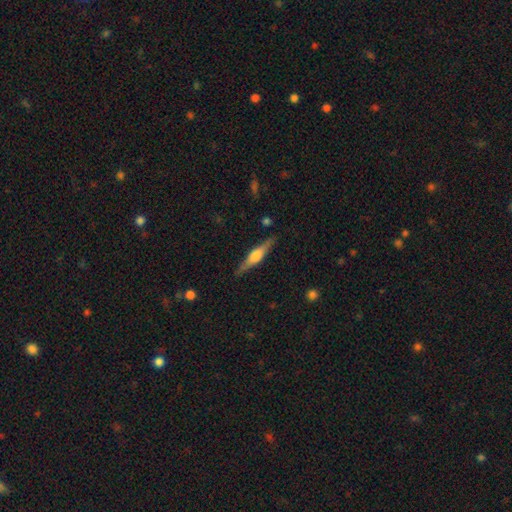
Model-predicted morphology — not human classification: Smooth or featured?
  - featured or disk: 69% *
  - smooth: 25%
  - star or artifact: 5%
Edge-on disk?
  - yes: 97% *
  - no: 3%
Edge-on bulge?
  - rounded: 84% *
  - boxy: 13%
  - none: 3%
Merging?
  - none: 88% *
  - minor disturbance: 9%
  - major disturbance: 2%
  - merger: 1%